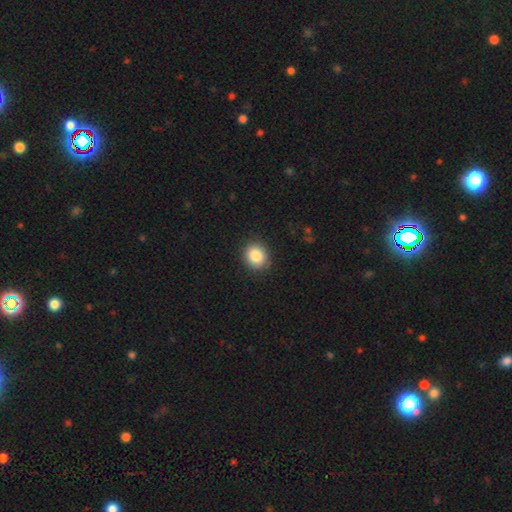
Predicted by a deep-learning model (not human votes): Q: Smooth or featured?
A: smooth (86%); runner-up: star or artifact (9%)
Q: How rounded?
A: round (73%); runner-up: in between (26%)
Q: Merging?
A: none (88%); runner-up: minor disturbance (8%)